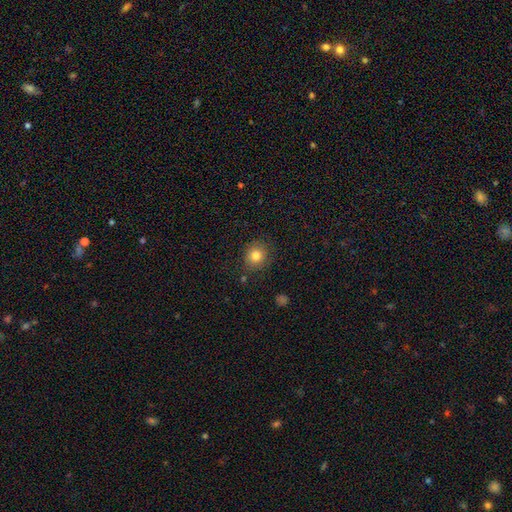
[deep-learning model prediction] Smooth or featured?
  - smooth: 82% *
  - star or artifact: 11%
  - featured or disk: 8%
How rounded?
  - round: 80% *
  - in between: 19%
  - cigar-shaped: 1%
Merging?
  - none: 82% *
  - minor disturbance: 13%
  - major disturbance: 3%
  - merger: 2%